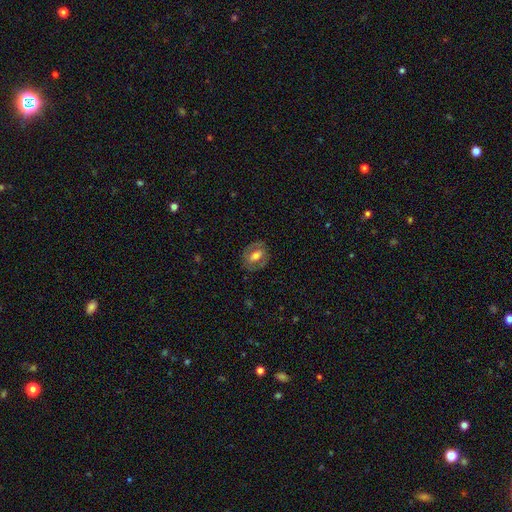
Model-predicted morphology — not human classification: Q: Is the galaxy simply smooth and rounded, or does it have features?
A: featured or disk — 47%.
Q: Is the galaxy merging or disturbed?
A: none — 77%.